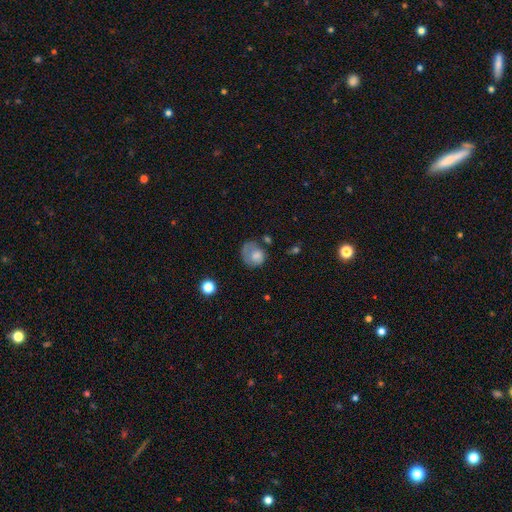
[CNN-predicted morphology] This is likely a smooth galaxy (70%). How rounded: likely round (66%). Merging: marginally none (36%).